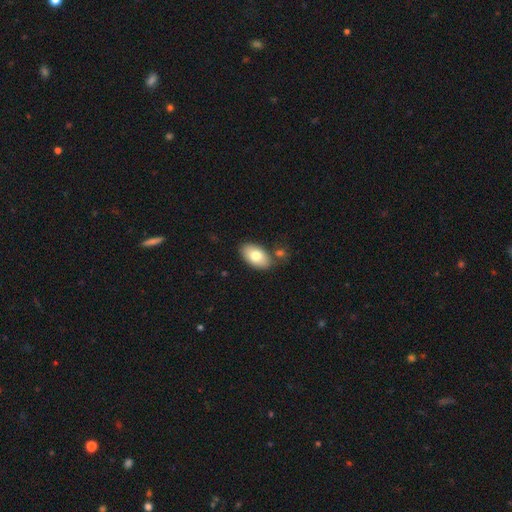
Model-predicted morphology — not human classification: type=smooth (77%); roundness=in between (93%); merging=none (76%).